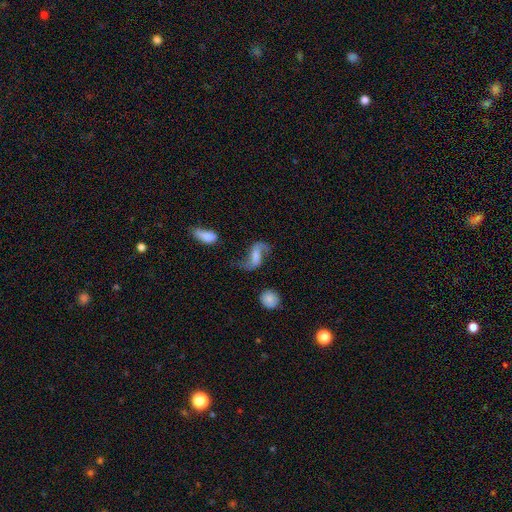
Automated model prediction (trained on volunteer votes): Overall: featured or disk (77%). Edge-on disk: no (95%). Bar: weak (45%; no 28%). Spiral arms: yes (93%). Spiral arm count: 2 (92%). Spiral winding: loose (83%). Bulge size: moderate (32%; small 29%). Merging: none (60%).